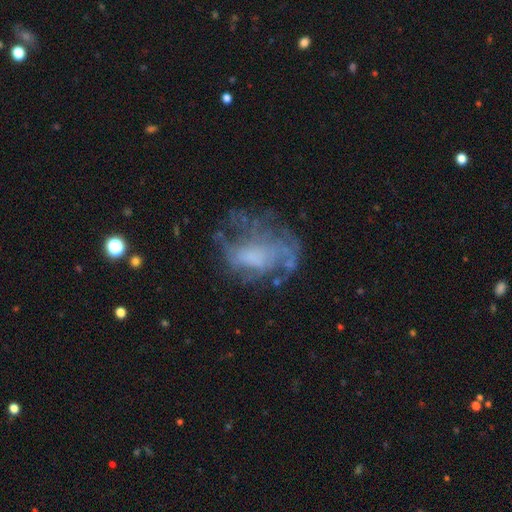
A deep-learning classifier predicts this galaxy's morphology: A featured or disk galaxy (62%) with no bar (78%), no spiral arms (60%) and no central bulge (49%).

Vote fractions:
- Smooth or featured? featured or disk: 62% / smooth: 24% / star or artifact: 14%
- Edge-on disk? no: 97% / yes: 3%
- Bar? no: 78% / weak: 18% / strong: 4%
- Spiral arms? no: 60% / yes: 40%
- Bulge size? none: 49% / moderate: 21% / small: 19% / large: 10% / dominant: 2%
- Merging? none: 45% / major disturbance: 30% / minor disturbance: 20% / merger: 4%